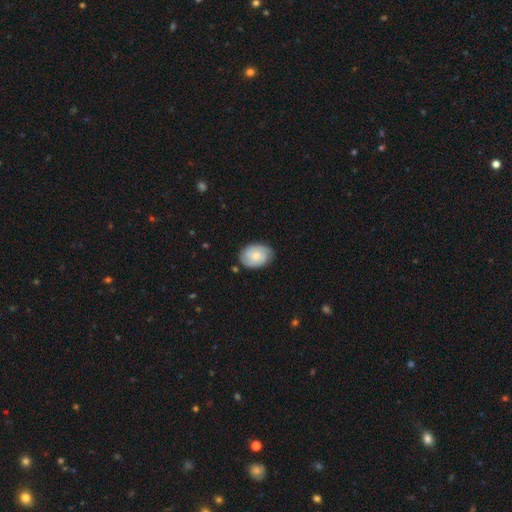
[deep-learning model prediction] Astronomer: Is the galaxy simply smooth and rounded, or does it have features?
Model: smooth — 52% (runner-up: featured or disk, 42%).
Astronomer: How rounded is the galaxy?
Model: in between — 73%.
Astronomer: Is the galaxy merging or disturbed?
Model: none — 77%.